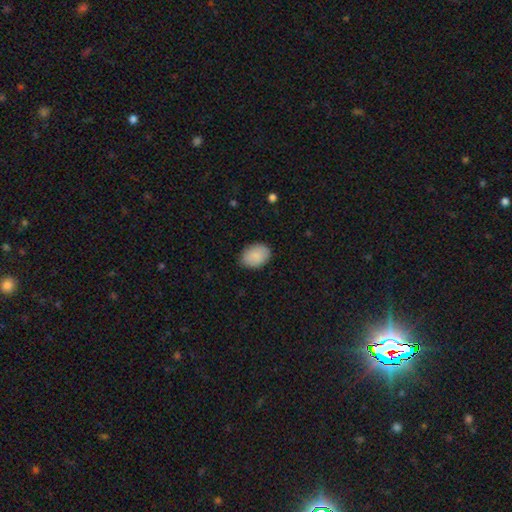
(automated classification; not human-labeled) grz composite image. It shows a smooth galaxy with no disk features (88%) that is in between round and cigar-shaped (78%). Merging: none (85%).